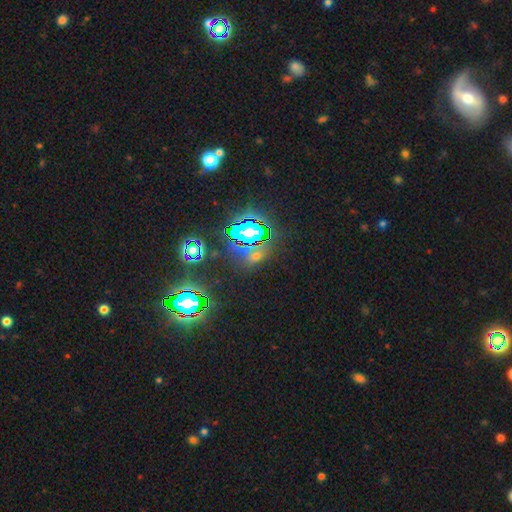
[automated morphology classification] The model was most divided on "smooth or featured": star or artifact: 63%, smooth: 26%, featured or disk: 11%.